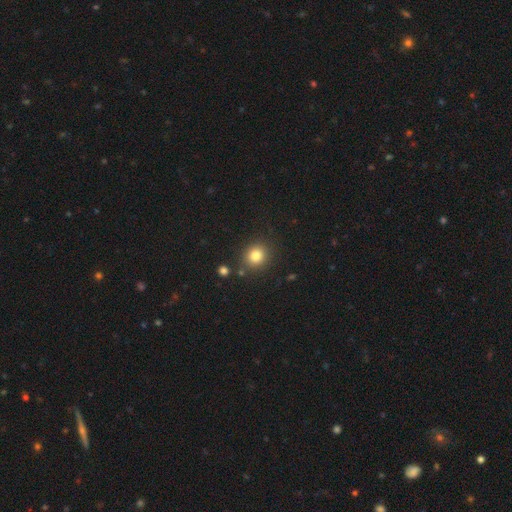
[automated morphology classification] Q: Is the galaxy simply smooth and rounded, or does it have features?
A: smooth — 82%.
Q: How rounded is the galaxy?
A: round — 83%.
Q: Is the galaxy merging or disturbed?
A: none — 83%.